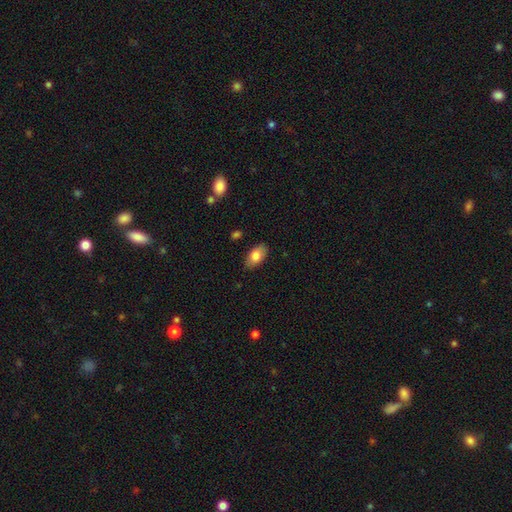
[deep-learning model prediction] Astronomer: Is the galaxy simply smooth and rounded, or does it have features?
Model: smooth — 81%.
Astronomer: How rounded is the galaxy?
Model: in between — 93%.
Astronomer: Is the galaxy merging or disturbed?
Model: none — 84%.